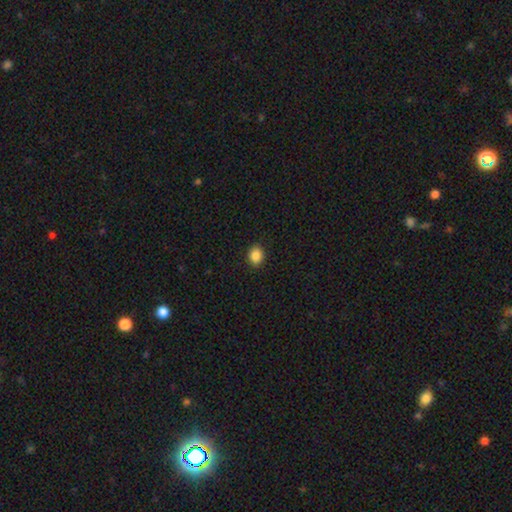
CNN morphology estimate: Smooth or featured? Predicted: smooth (p=0.87). How rounded? Predicted: round (p=0.53). Merging? Predicted: none (p=0.90).